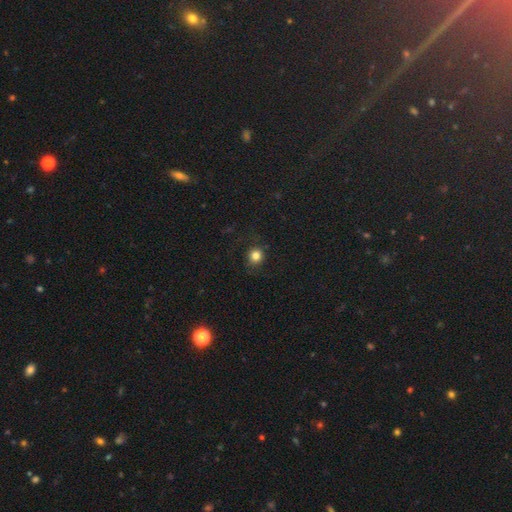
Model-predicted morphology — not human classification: type=smooth (82%); roundness=round (90%); merging=none (85%).